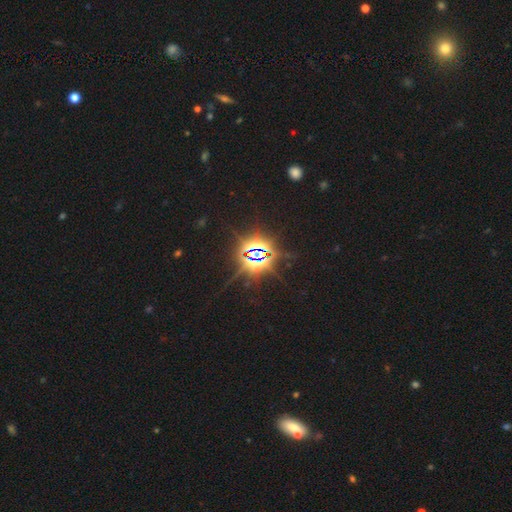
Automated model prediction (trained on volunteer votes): Smooth or featured?
  - star or artifact: 86% *
  - featured or disk: 8%
  - smooth: 7%